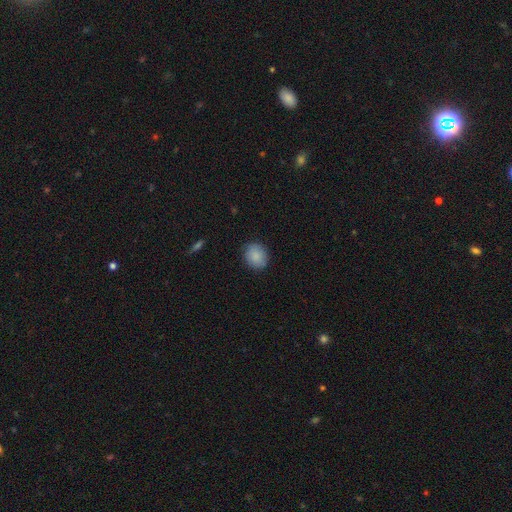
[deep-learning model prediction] Smooth or featured? Predicted: smooth (p=0.88). How rounded? Predicted: round (p=0.56). Merging? Predicted: none (p=0.86).